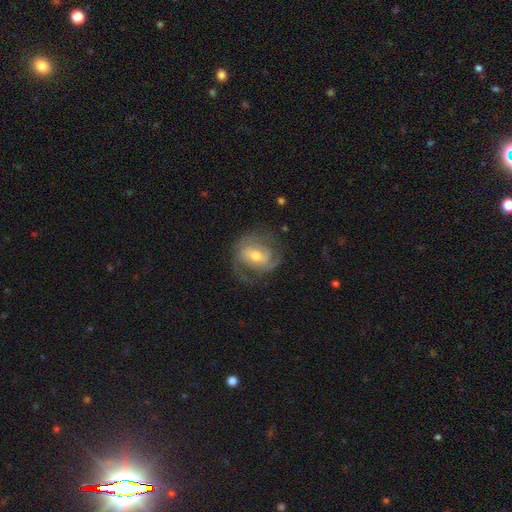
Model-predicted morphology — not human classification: Smooth or featured? Predicted: featured or disk (p=0.81). Edge-on disk? Predicted: no (p=0.97). Bar? Predicted: weak (p=0.48). Spiral arms? Predicted: yes (p=0.91). Spiral winding? Predicted: medium (p=0.43). Spiral arm count? Predicted: 2 (p=0.55). Bulge size? Predicted: moderate (p=0.66). Merging? Predicted: none (p=0.66).